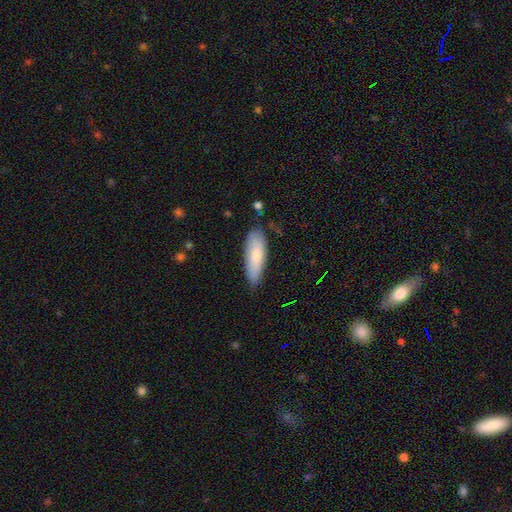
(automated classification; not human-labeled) Smooth or featured? Predicted: smooth (p=0.77). How rounded? Predicted: in between (p=0.59). Merging? Predicted: none (p=0.74).